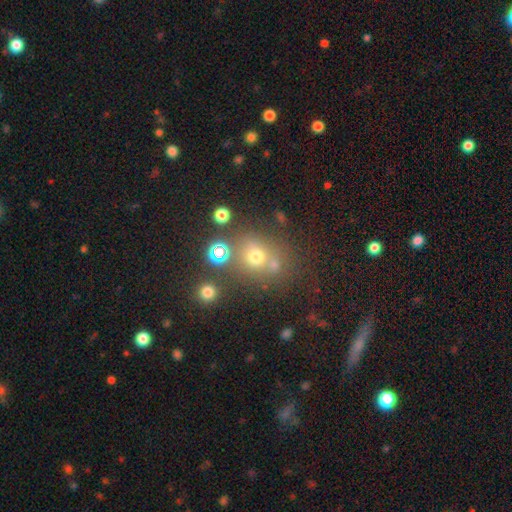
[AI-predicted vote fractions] Overall: smooth (62%; star or artifact 24%). How rounded: round (74%). Merging: none (60%; merger 22%).